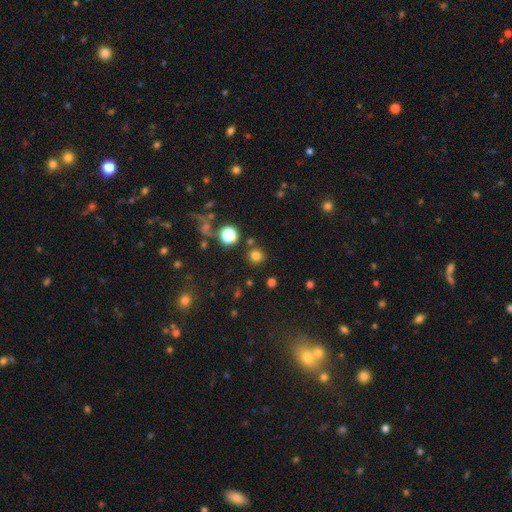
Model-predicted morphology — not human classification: This appears to be a smooth galaxy with no disk features (76%) that is round (90%). Merging: none (85%).